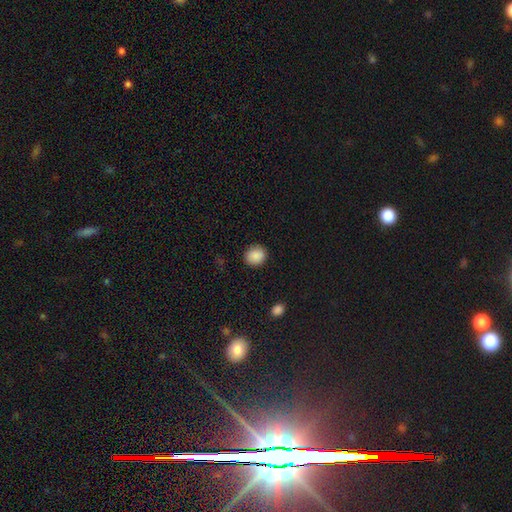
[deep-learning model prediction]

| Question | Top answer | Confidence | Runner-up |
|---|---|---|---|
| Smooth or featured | smooth | 89% | star or artifact (8%) |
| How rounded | round | 78% | in between (21%) |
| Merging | none | 89% | minor disturbance (7%) |